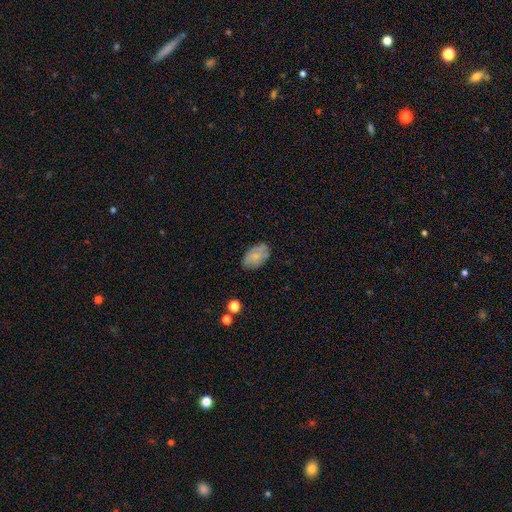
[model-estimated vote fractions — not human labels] This is likely a smooth galaxy (73%). How rounded: clearly in between (90%). Merging: likely none (77%).